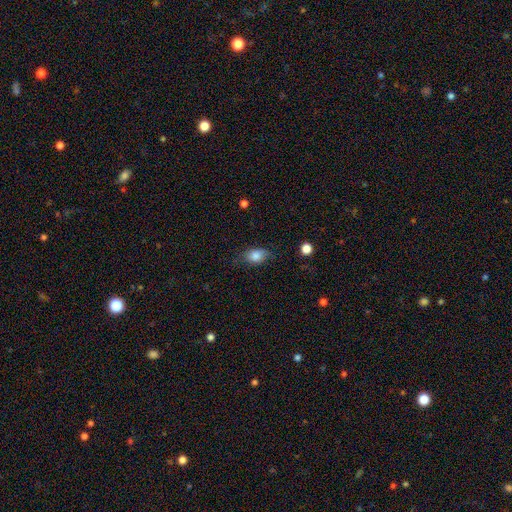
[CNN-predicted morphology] Overall: smooth (82%). How rounded: in between (78%). Merging: none (68%).